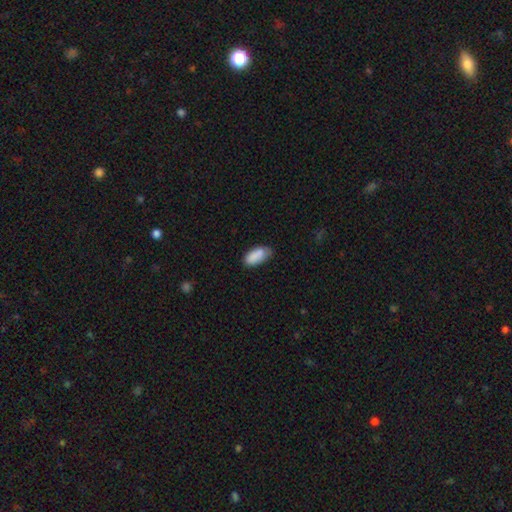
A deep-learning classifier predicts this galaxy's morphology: The model was most divided on "merging": none: 70%, minor disturbance: 24%, major disturbance: 4%, merger: 2%. More confident: how rounded — in between (89%); smooth or featured — smooth (87%).